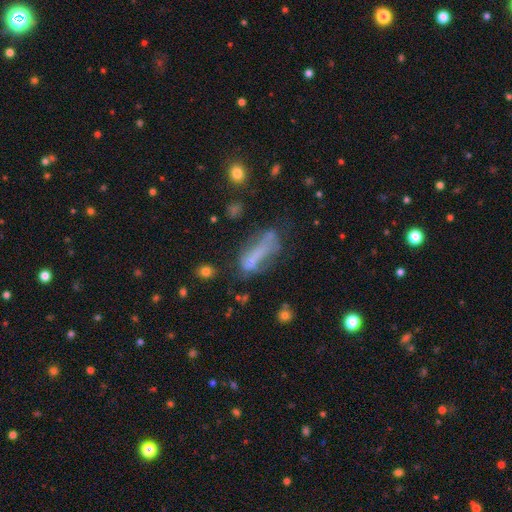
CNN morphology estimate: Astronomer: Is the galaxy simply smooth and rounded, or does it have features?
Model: smooth — 47% (runner-up: featured or disk, 35%).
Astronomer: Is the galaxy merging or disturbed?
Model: none — 33% (runner-up: major disturbance, 29%).